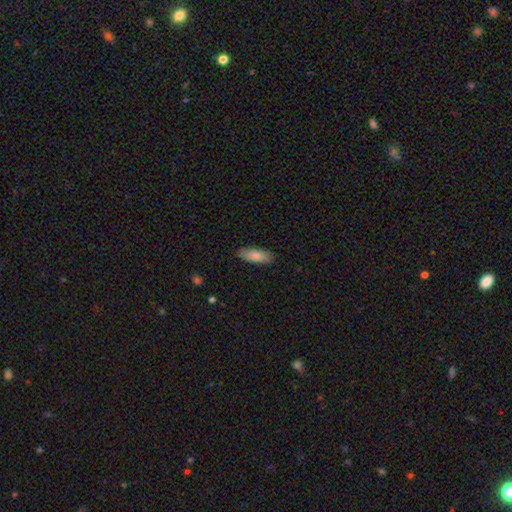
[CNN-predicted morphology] type=smooth (83%); roundness=in between (65%); merging=none (87%).